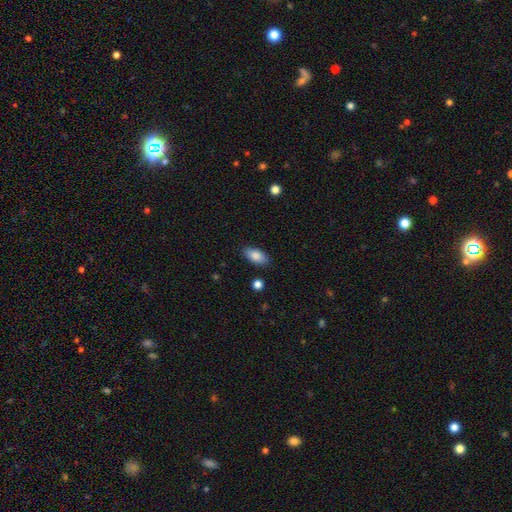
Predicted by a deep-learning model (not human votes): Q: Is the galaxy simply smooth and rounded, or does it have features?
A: smooth — 85%.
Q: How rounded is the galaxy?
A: in between — 91%.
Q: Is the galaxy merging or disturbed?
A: none — 87%.